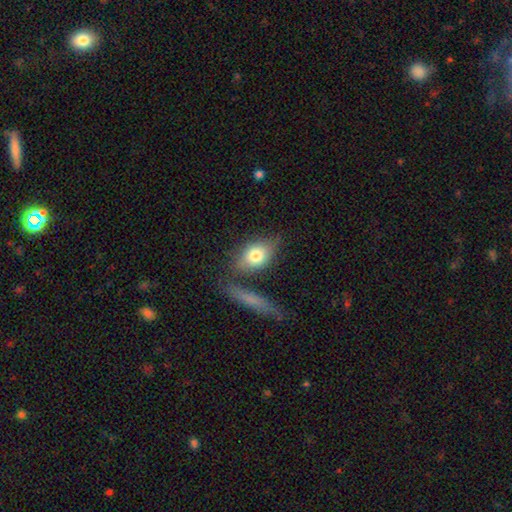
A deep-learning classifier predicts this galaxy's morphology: Smooth or featured? smooth (73%)
How rounded? in between (71%)
Merging? none (63%)